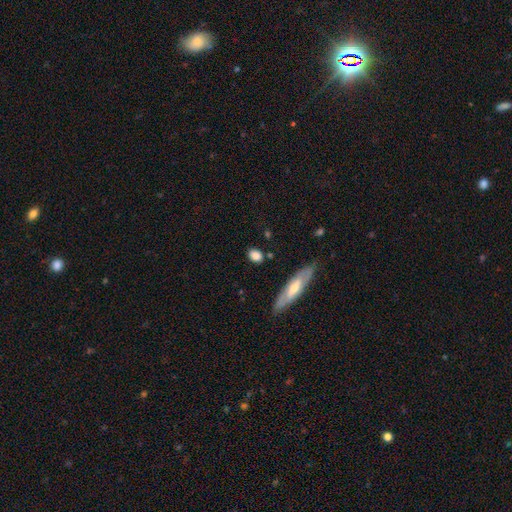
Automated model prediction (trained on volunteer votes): smooth_or_featured: smooth (p=0.79) [alt: featured or disk p=0.13]
how_rounded: in between (p=0.60) [alt: round p=0.29]
merging: none (p=0.78) [alt: minor disturbance p=0.15]